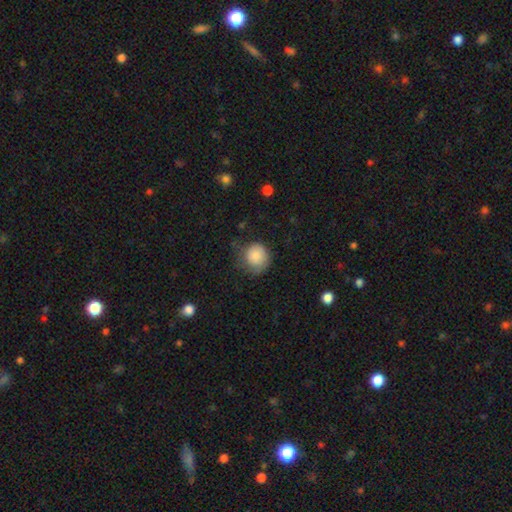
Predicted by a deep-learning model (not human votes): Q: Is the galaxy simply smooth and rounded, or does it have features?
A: smooth — 83%.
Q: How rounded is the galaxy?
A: round — 87%.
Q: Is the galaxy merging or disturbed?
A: none — 55%.